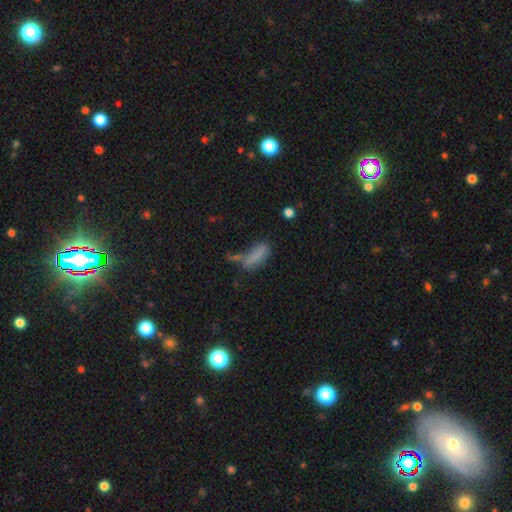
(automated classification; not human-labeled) smooth_or_featured: smooth (p=0.73) [alt: featured or disk p=0.14]
how_rounded: in between (p=0.63) [alt: cigar-shaped p=0.33]
merging: none (p=0.35) [alt: minor disturbance p=0.23]